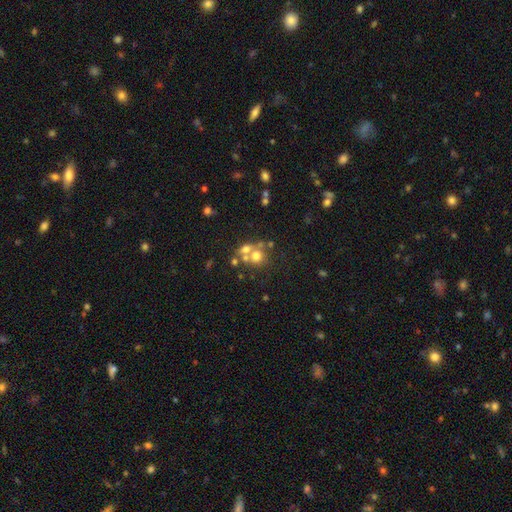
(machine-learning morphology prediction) Smooth or featured? smooth (58%)
How rounded? round (82%)
Merging? merger (44%)